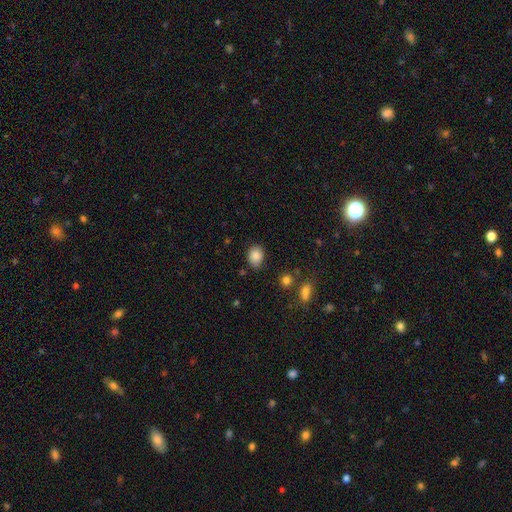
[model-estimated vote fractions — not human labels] smooth 85%, star or artifact 9%, featured or disk 6%. Down the decision tree: how rounded — in between (53%); merging — none (75%).